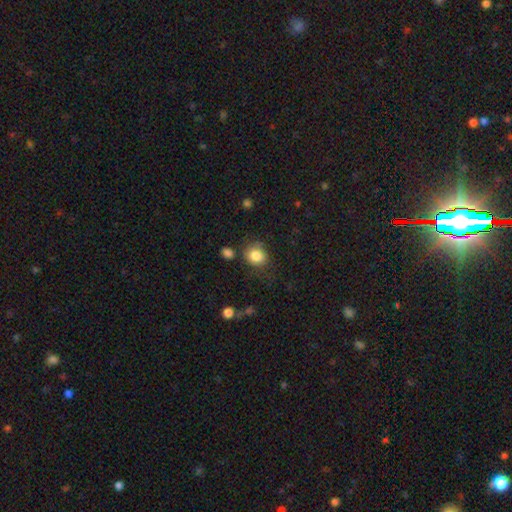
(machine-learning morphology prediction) smooth_or_featured: smooth (p=0.84) [alt: star or artifact p=0.09]
how_rounded: round (p=0.76) [alt: in between p=0.23]
merging: none (p=0.70) [alt: minor disturbance p=0.18]